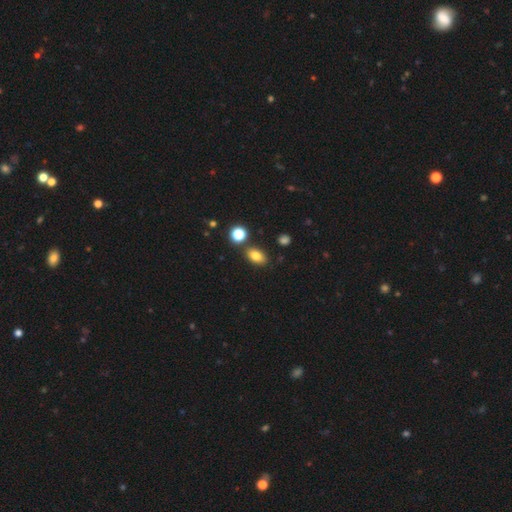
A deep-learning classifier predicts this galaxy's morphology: Smooth or featured? Predicted: smooth (p=0.80). How rounded? Predicted: in between (p=0.84). Merging? Predicted: none (p=0.80).